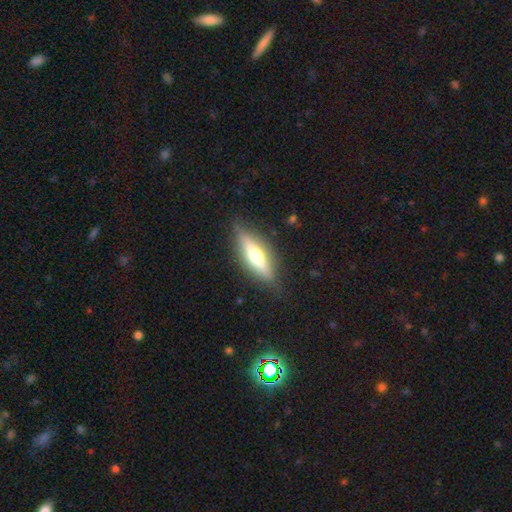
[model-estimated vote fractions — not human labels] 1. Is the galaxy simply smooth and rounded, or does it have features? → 57% featured or disk, 36% smooth, 6% star or artifact.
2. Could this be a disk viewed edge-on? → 89% yes, 11% no.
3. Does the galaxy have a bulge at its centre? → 89% rounded, 6% boxy, 5% none.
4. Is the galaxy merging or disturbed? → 83% none, 12% minor disturbance, 4% major disturbance, 1% merger.